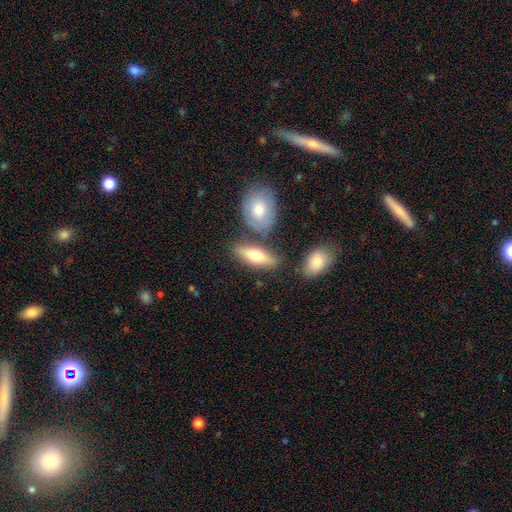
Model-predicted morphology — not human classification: smooth 63%, featured or disk 31%, star or artifact 6%. Down the decision tree: how rounded — in between (66%); merging — none (69%).